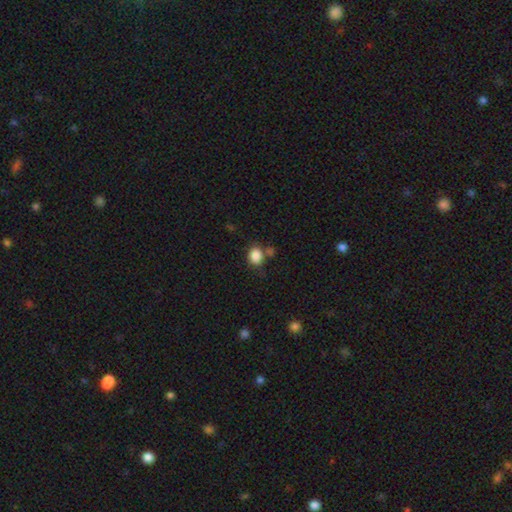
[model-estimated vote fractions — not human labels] Smooth or featured? smooth (86%)
How rounded? round (55%)
Merging? none (64%)